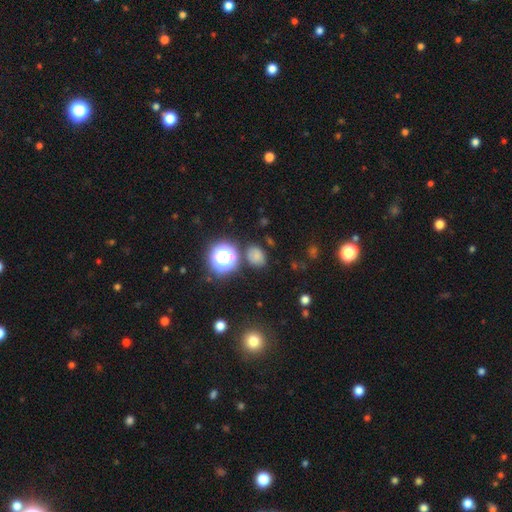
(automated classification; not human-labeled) This appears to be a smooth galaxy with no disk features (67%) that is in between round and cigar-shaped (50%). Merging: none (76%).